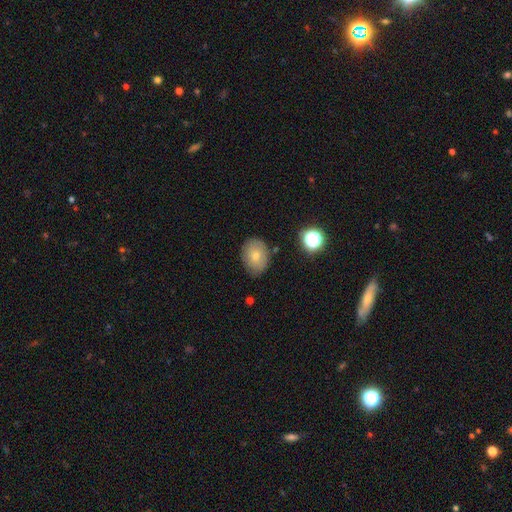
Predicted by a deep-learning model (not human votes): smooth-or-featured: smooth: 69% | featured or disk: 21% | star or artifact: 10%
  how-rounded: in between: 55% | round: 44% | cigar-shaped: 1%
  merging: none: 76% | minor disturbance: 18% | major disturbance: 4% | merger: 3%